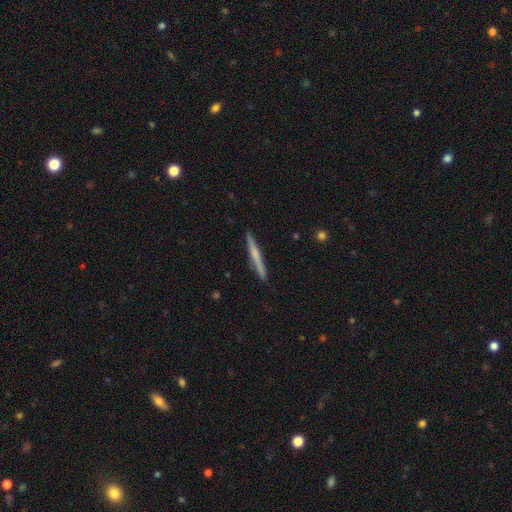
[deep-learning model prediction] Overall: featured or disk (48%; smooth 47%). Merging: none (90%).